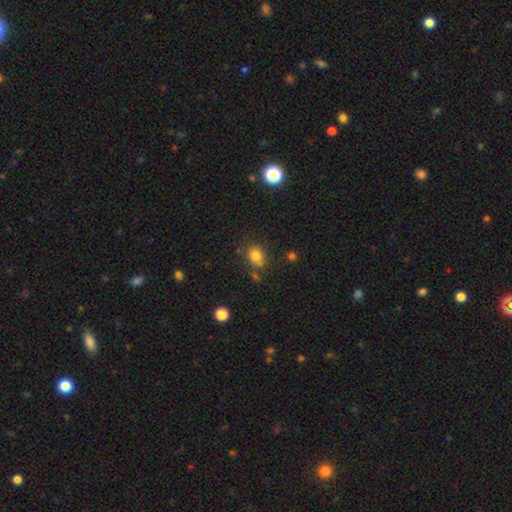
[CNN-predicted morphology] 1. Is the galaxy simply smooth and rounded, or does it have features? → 79% smooth, 13% star or artifact, 8% featured or disk.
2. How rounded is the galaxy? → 56% in between, 43% round, 1% cigar-shaped.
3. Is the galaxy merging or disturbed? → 66% none, 19% minor disturbance, 10% merger, 6% major disturbance.